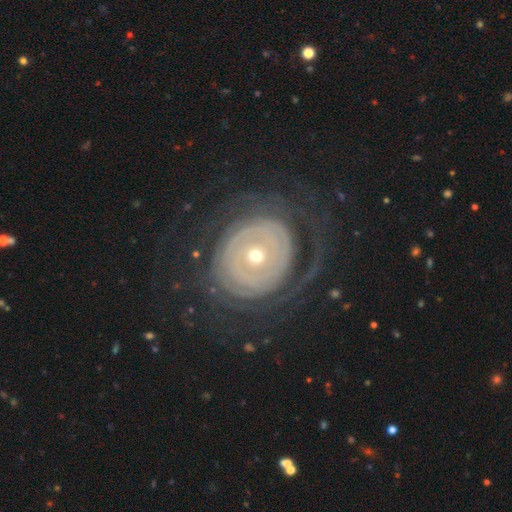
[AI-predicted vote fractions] A featured or disk galaxy (77%) with no bar (78%), spiral arms (65%) and a small central bulge (61%). Merging: none (68%).